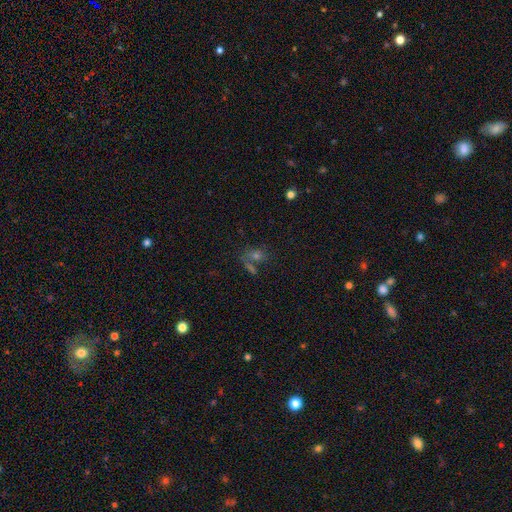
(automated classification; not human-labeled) A smooth galaxy with no disk features (45%). Merging: none (50%).